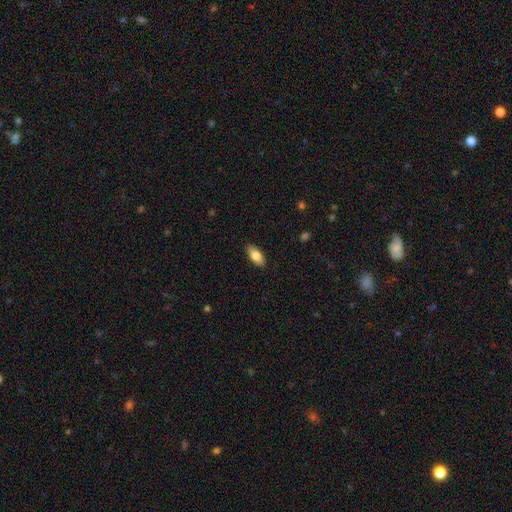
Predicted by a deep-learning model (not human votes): Smooth or featured?
  - smooth: 80% *
  - featured or disk: 14%
  - star or artifact: 6%
How rounded?
  - in between: 89% *
  - cigar-shaped: 9%
  - round: 3%
Merging?
  - none: 89% *
  - minor disturbance: 9%
  - major disturbance: 2%
  - merger: 1%